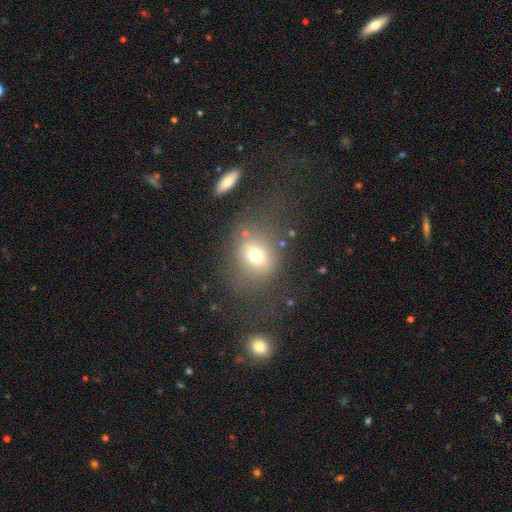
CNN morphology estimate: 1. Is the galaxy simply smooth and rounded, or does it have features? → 70% smooth, 16% star or artifact, 15% featured or disk.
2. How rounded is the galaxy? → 62% round, 37% in between, 2% cigar-shaped.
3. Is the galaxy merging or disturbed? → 62% none, 17% minor disturbance, 15% major disturbance, 6% merger.